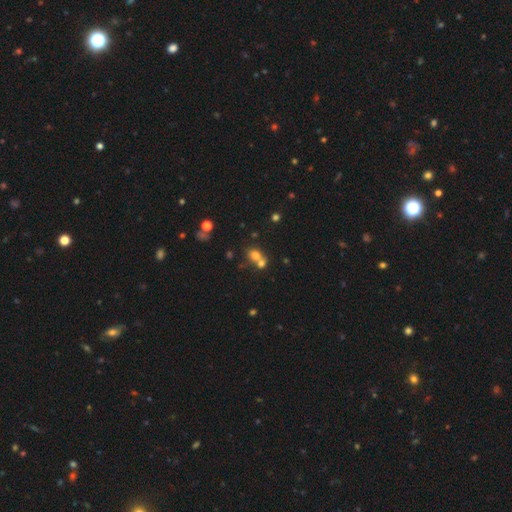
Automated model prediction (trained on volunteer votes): smooth 69%, star or artifact 18%, featured or disk 13%. Down the decision tree: how rounded — round (68%); merging — merger (54%).